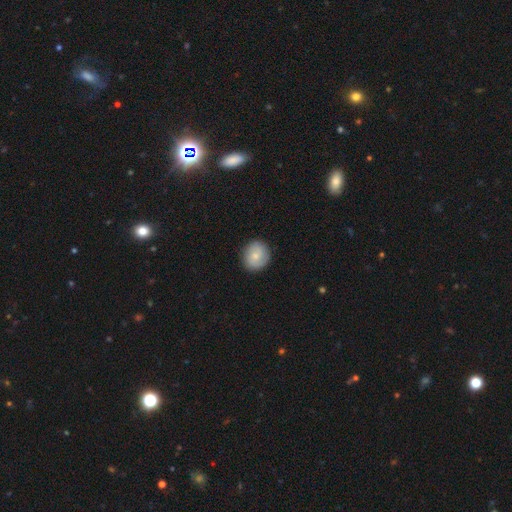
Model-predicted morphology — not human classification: type=smooth (68%); roundness=round (84%); merging=none (87%).